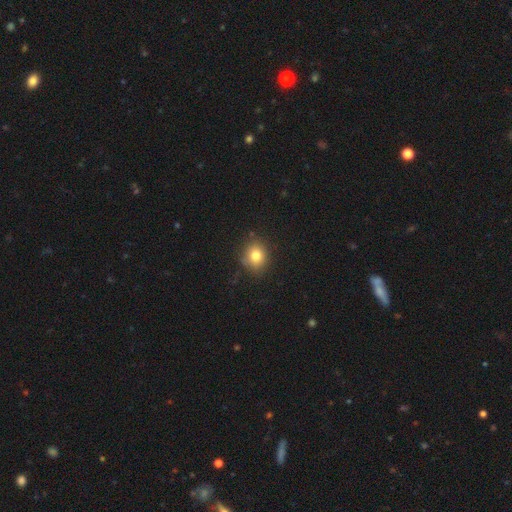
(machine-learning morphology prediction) type=smooth (79%); roundness=round (72%); merging=none (82%).